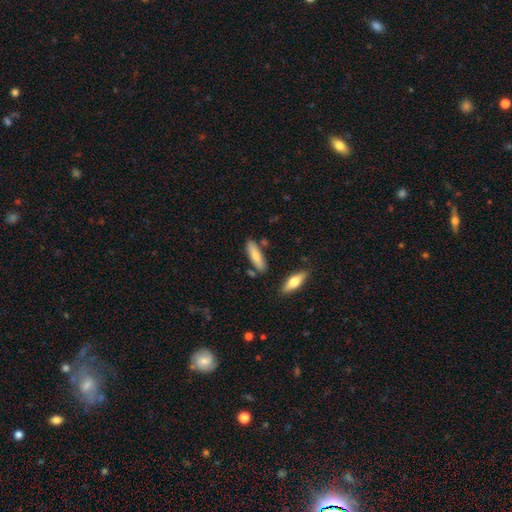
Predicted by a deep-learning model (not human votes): Smooth or featured: smooth — 73% (featured or disk — 20%)
How rounded: cigar-shaped — 61% (in between — 37%)
Merging: none — 78% (minor disturbance — 13%)